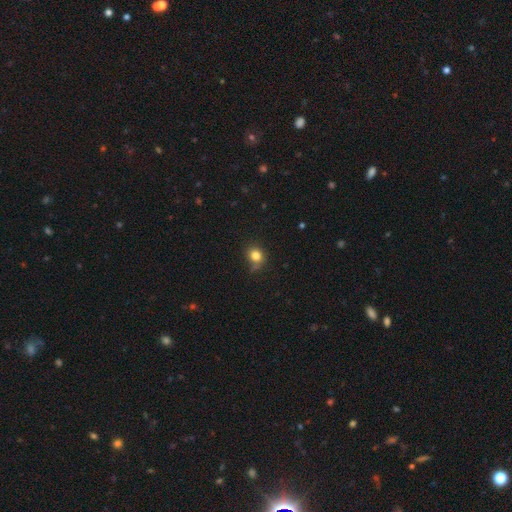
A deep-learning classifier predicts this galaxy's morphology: smooth_or_featured: smooth (p=0.81) [alt: star or artifact p=0.12]
how_rounded: round (p=0.75) [alt: in between p=0.24]
merging: none (p=0.63) [alt: minor disturbance p=0.25]